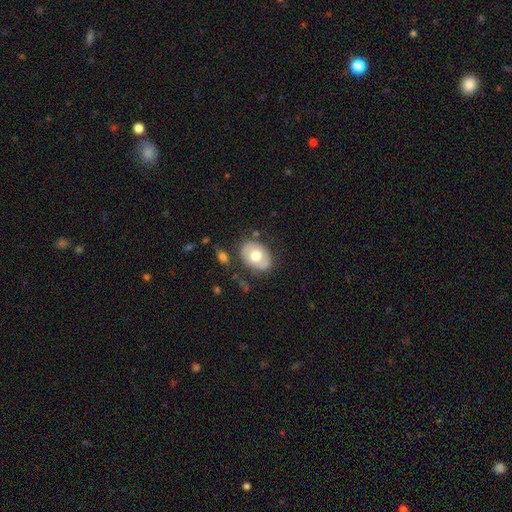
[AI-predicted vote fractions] A smooth galaxy with no disk features (57%) that is in between round and cigar-shaped (72%). Merging: none (77%).